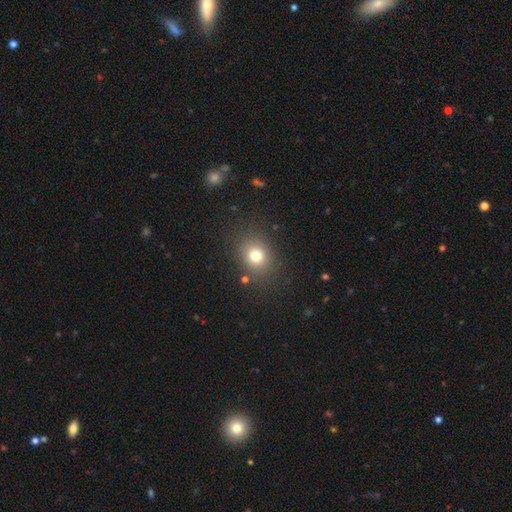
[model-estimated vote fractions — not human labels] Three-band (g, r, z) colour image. It shows a smooth galaxy with no disk features (75%) that is round (67%). Merging: none (84%).